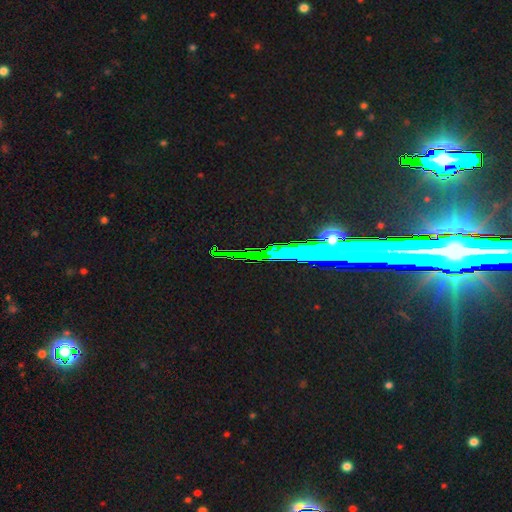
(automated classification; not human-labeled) Smooth or featured?
  - star or artifact: 74% *
  - featured or disk: 14%
  - smooth: 12%